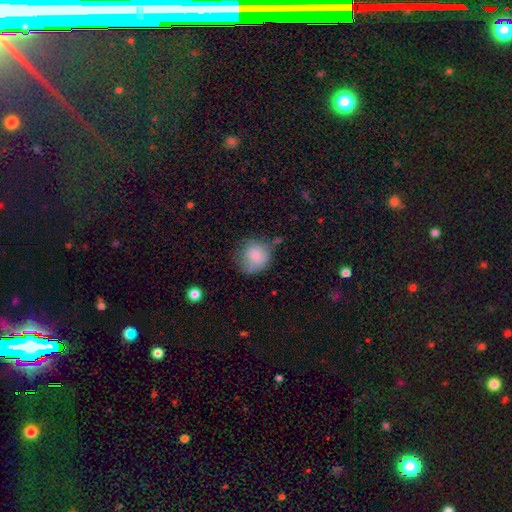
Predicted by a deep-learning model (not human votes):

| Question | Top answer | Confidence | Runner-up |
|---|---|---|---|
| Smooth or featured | smooth | 76% | featured or disk (15%) |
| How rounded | round | 80% | in between (19%) |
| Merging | none | 47% | minor disturbance (32%) |